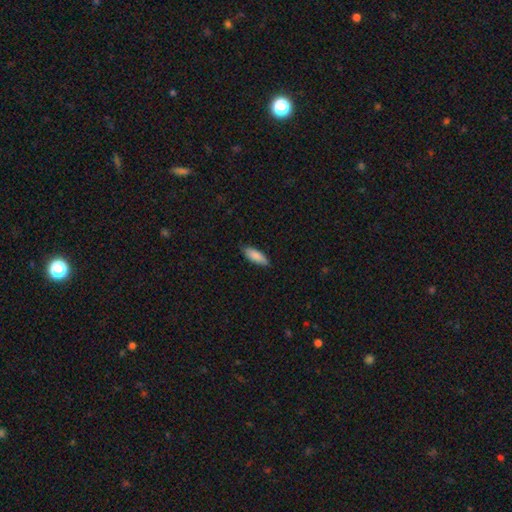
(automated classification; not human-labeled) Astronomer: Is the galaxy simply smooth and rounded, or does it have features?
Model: smooth — 87%.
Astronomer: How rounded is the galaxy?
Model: in between — 70%.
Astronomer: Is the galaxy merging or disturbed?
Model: none — 83%.